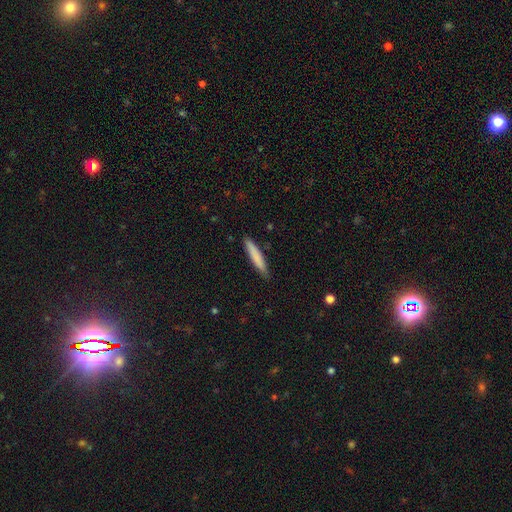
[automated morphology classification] This appears to be a smooth galaxy with no disk features (79%) that is cigar-shaped (92%). Merging: none (87%).